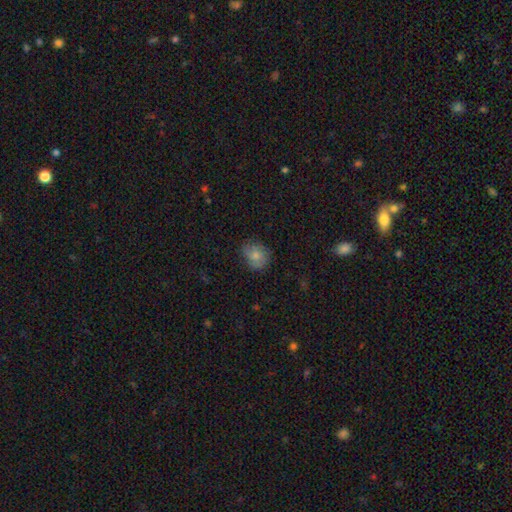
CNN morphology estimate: smooth-or-featured: smooth: 75% | featured or disk: 16% | star or artifact: 8%
  how-rounded: round: 65% | in between: 34% | cigar-shaped: 1%
  merging: none: 70% | minor disturbance: 23% | major disturbance: 6% | merger: 1%